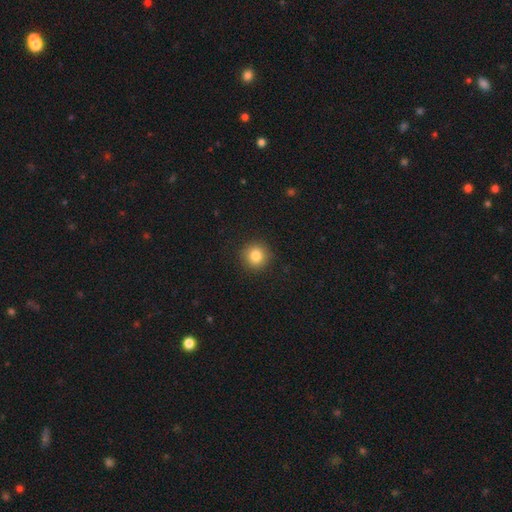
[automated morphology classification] This appears to be a smooth galaxy with no disk features (83%) that is round (94%). Merging: none (92%).